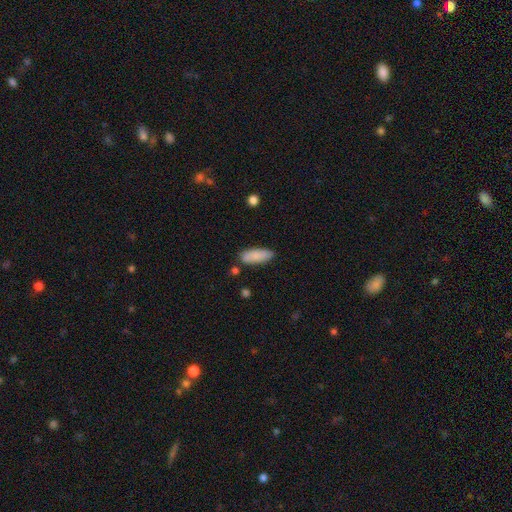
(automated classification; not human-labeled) Smooth or featured: smooth — 85% (featured or disk — 8%)
How rounded: in between — 73% (cigar-shaped — 25%)
Merging: none — 79% (minor disturbance — 14%)